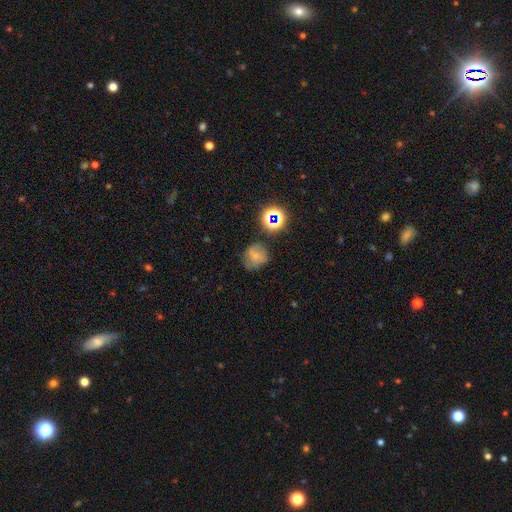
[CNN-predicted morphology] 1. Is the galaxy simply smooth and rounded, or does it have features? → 64% smooth, 21% star or artifact, 15% featured or disk.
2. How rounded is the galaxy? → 80% round, 19% in between, 1% cigar-shaped.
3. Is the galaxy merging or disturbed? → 64% none, 22% minor disturbance, 9% major disturbance, 5% merger.